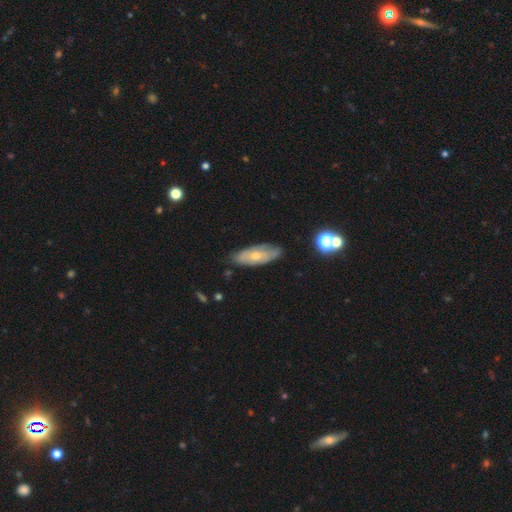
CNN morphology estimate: featured or disk 48%, smooth 45%, star or artifact 7%. Down the decision tree: merging — none (73%).